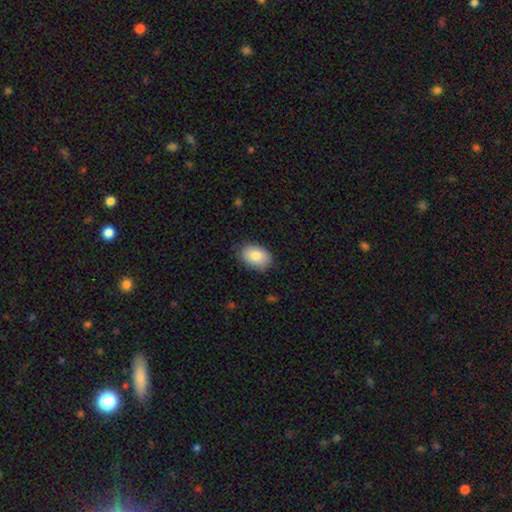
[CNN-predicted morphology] smooth_or_featured: smooth (p=0.82) [alt: featured or disk p=0.11]
how_rounded: in between (p=0.84) [alt: round p=0.15]
merging: none (p=0.80) [alt: minor disturbance p=0.16]